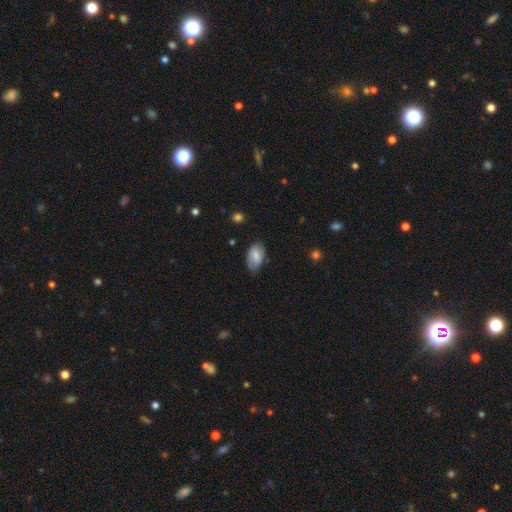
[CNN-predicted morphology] Smooth or featured? smooth (77%)
How rounded? in between (92%)
Merging? none (64%)